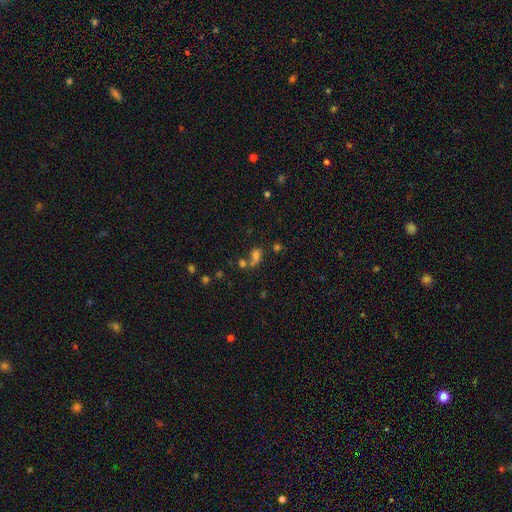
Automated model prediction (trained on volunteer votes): Smooth or featured: smooth — 59% (star or artifact — 26%)
How rounded: in between — 68% (round — 28%)
Merging: merger — 44% (none — 35%)